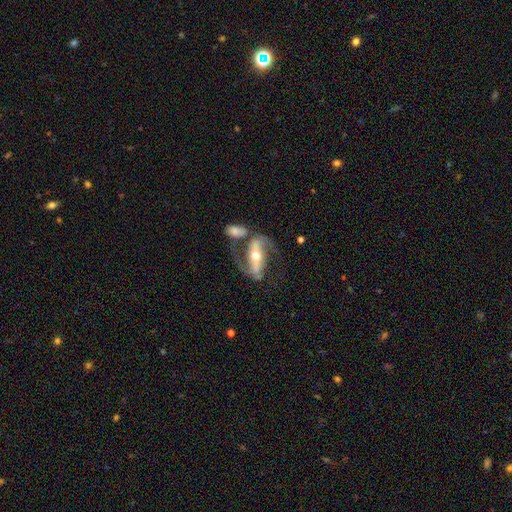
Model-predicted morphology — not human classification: Smooth or featured: featured or disk — 85% (smooth — 9%)
Edge-on disk: no — 89% (yes — 11%)
Bar: strong — 64% (weak — 20%)
Spiral arms: yes — 91% (no — 9%)
Spiral winding: medium — 46% (loose — 36%)
Spiral arm count: 2 — 89% (can't tell — 5%)
Bulge size: moderate — 62% (small — 30%)
Merging: none — 44% (merger — 31%)